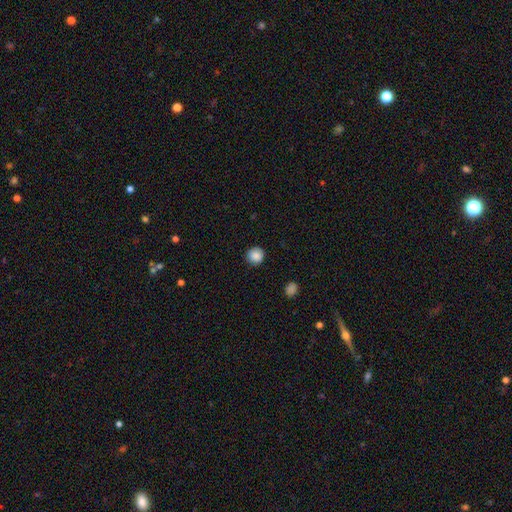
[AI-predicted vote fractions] A smooth galaxy with no disk features (87%) that is round (93%). Merging: none (90%).